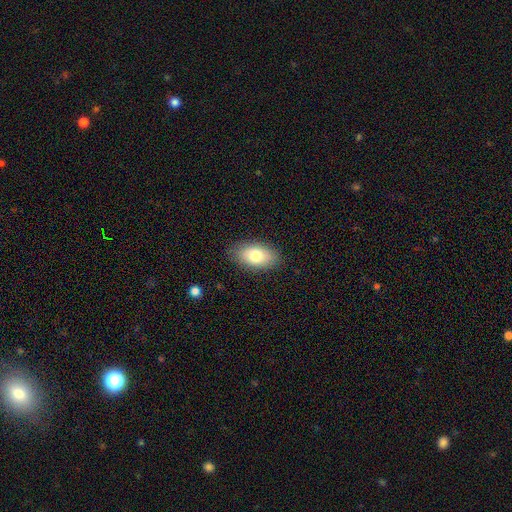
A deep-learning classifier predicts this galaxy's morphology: Smooth or featured?
  - smooth: 77% *
  - featured or disk: 16%
  - star or artifact: 7%
How rounded?
  - in between: 92% *
  - round: 5%
  - cigar-shaped: 3%
Merging?
  - none: 85% *
  - minor disturbance: 11%
  - major disturbance: 3%
  - merger: 1%